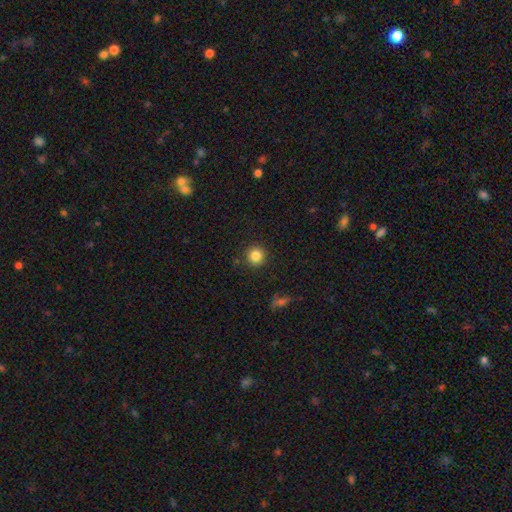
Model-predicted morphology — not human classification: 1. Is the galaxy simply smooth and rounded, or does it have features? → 84% smooth, 11% star or artifact, 5% featured or disk.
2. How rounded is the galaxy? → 94% round, 5% in between, 1% cigar-shaped.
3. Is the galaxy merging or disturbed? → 90% none, 6% minor disturbance, 2% major disturbance, 2% merger.